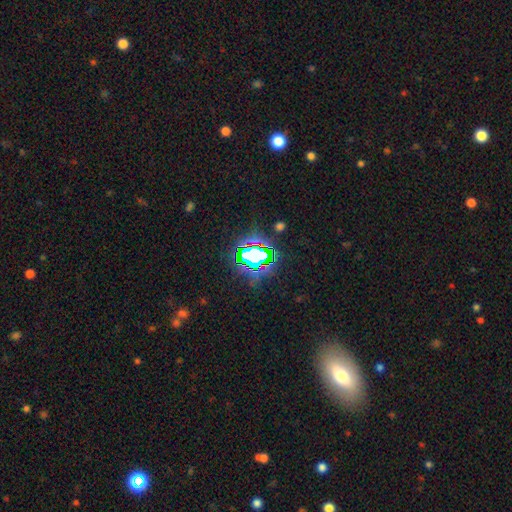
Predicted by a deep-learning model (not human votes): smooth-or-featured: star or artifact: 71% | smooth: 17% | featured or disk: 13%